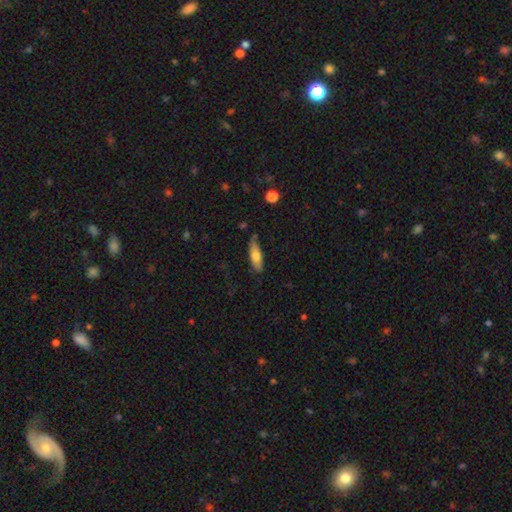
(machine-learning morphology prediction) Q: Smooth or featured?
A: smooth (69%); runner-up: featured or disk (25%)
Q: How rounded?
A: in between (50%); runner-up: cigar-shaped (48%)
Q: Merging?
A: none (68%); runner-up: minor disturbance (24%)